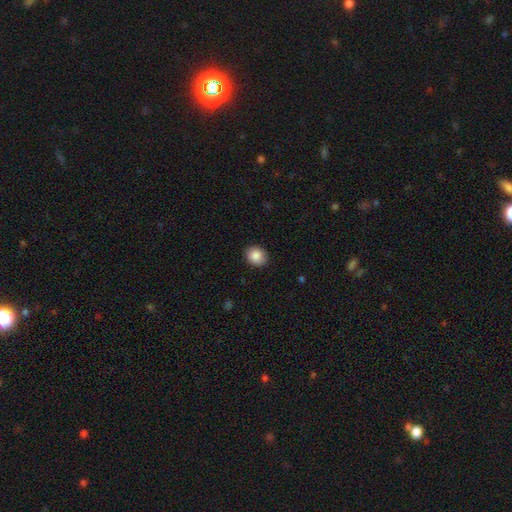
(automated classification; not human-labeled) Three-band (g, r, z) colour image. It shows a smooth galaxy with no disk features (87%) that is round (61%). Merging: none (88%).